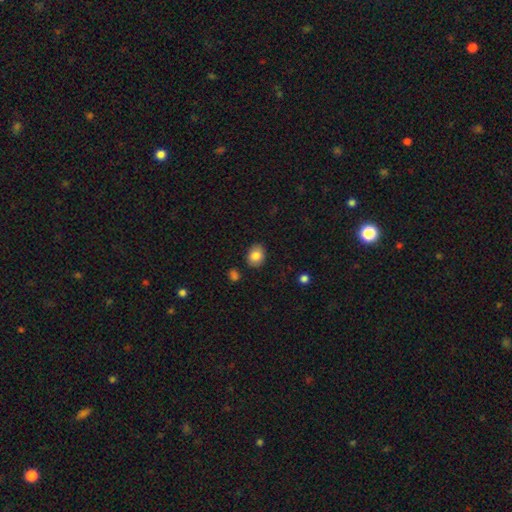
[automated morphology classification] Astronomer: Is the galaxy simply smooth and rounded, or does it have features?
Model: smooth — 84%.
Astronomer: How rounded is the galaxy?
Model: in between — 53% (runner-up: round, 46%).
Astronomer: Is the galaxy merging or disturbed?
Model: none — 85%.